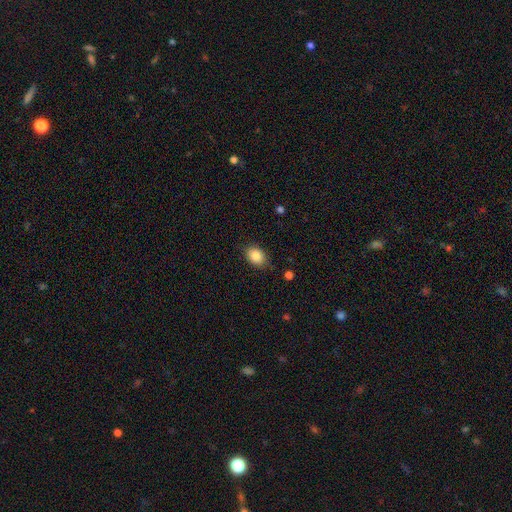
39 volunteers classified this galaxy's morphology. Q: Smooth or featured?
A: smooth (95%); runner-up: featured or disk (5%)
Q: How rounded?
A: in between (89%); runner-up: round (11%)
Q: Merging?
A: none (90%); runner-up: minor disturbance (10%)